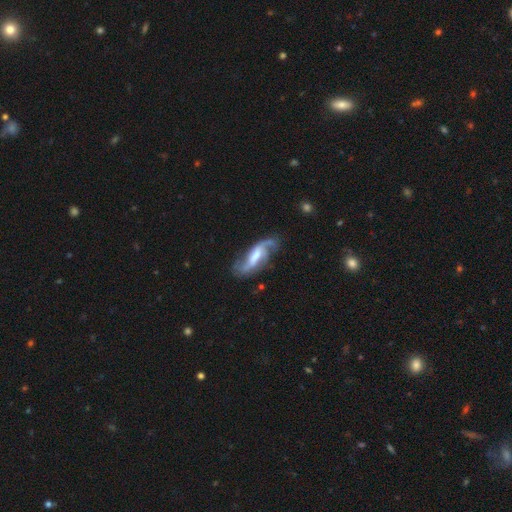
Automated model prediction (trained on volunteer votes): A featured or disk galaxy (79%) with a weak bar (43%), 2 (71%) loose (56%) spiral arms (93%) and a moderate central bulge (46%). Merging: none (54%).